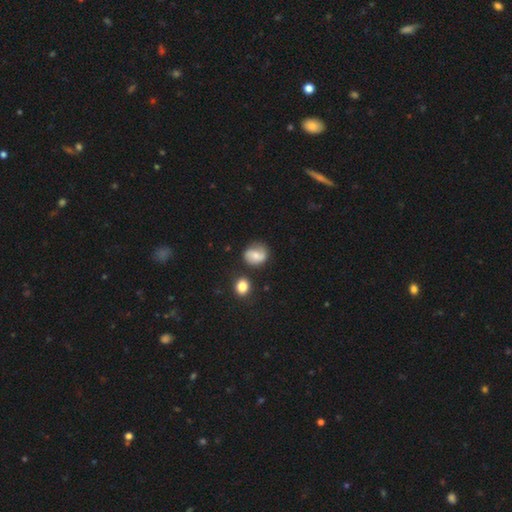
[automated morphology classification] smooth-or-featured: smooth: 52% | featured or disk: 39% | star or artifact: 9%
  how-rounded: round: 69% | in between: 30% | cigar-shaped: 1%
  merging: none: 66% | minor disturbance: 21% | major disturbance: 7% | merger: 6%